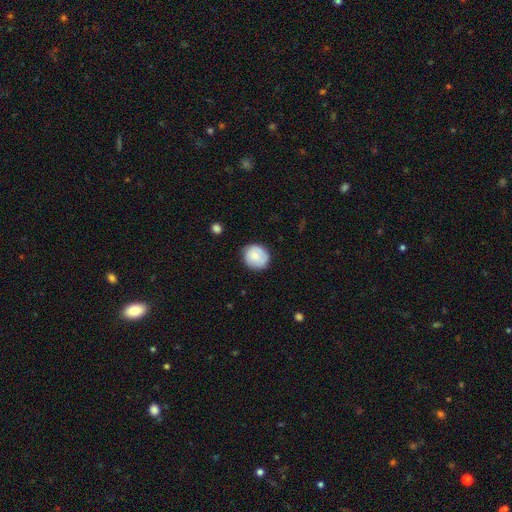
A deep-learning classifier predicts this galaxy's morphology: Smooth or featured?
  - smooth: 74% *
  - featured or disk: 19%
  - star or artifact: 7%
How rounded?
  - round: 85% *
  - in between: 15%
  - cigar-shaped: 1%
Merging?
  - none: 78% *
  - minor disturbance: 17%
  - major disturbance: 3%
  - merger: 1%